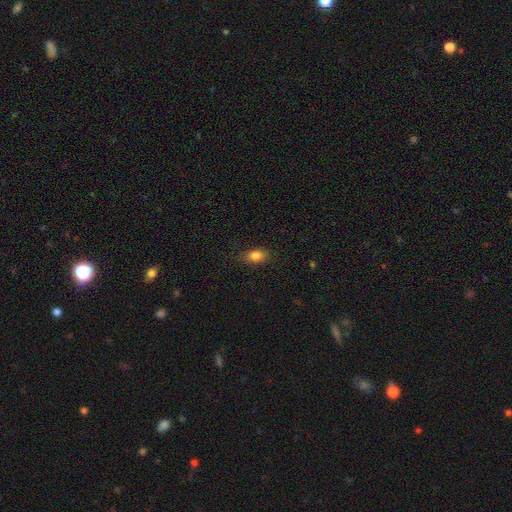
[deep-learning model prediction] This appears to be a smooth galaxy with no disk features (83%) that is in between round and cigar-shaped (84%). Merging: none (84%).